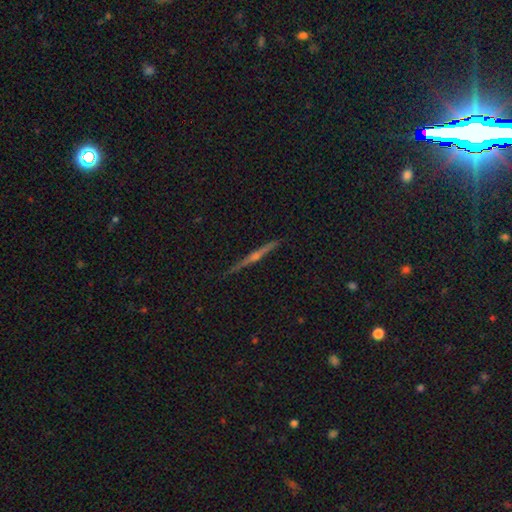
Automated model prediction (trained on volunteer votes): Smooth or featured? Predicted: featured or disk (p=0.80). Edge-on disk? Predicted: yes (p=0.98). Edge-on bulge? Predicted: rounded (p=0.84). Merging? Predicted: none (p=0.91).